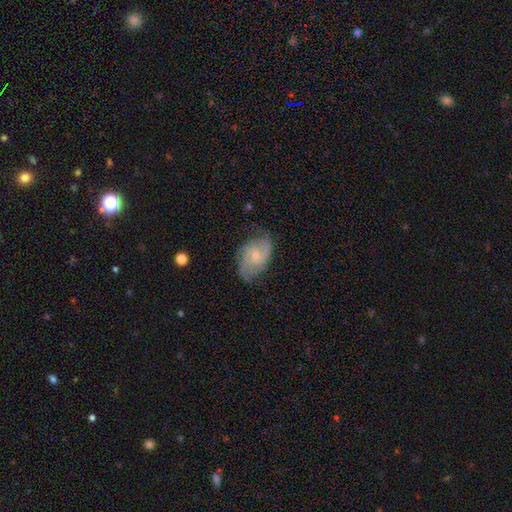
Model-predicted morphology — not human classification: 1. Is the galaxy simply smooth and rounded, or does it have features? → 75% featured or disk, 19% smooth, 6% star or artifact.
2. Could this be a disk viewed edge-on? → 97% no, 3% yes.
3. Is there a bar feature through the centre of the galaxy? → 67% no, 29% weak, 4% strong.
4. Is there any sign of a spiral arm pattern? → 93% yes, 7% no.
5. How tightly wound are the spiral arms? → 46% medium, 32% tight, 22% loose.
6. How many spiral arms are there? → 65% 2, 16% can't tell, 10% 3, 3% 1, 3% 4, 3% more than 4.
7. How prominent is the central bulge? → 65% small, 30% moderate, 2% none, 1% large, 1% dominant.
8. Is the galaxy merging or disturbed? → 68% none, 23% minor disturbance, 8% major disturbance, 1% merger.